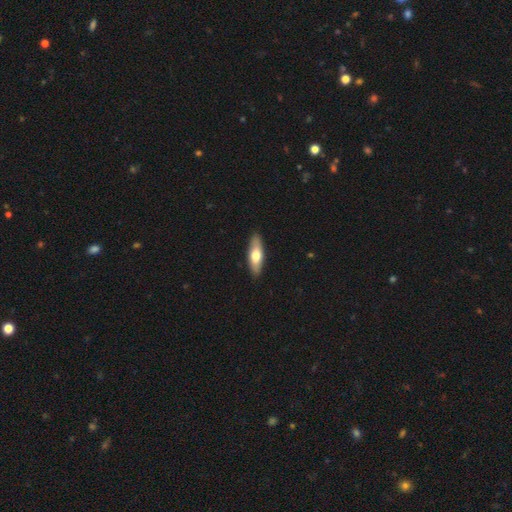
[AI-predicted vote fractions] This is likely a smooth galaxy (63%). How rounded: possibly in between (51%). Merging: clearly none (89%).